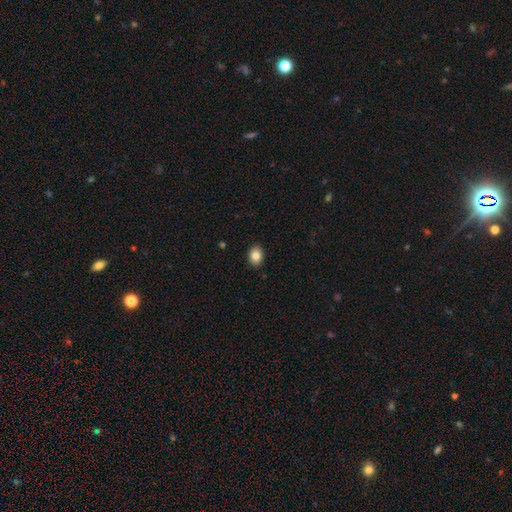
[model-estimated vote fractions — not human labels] The model was most divided on "how rounded": in between: 69%, round: 30%, cigar-shaped: 1%. More confident: merging — none (90%); smooth or featured — smooth (84%).